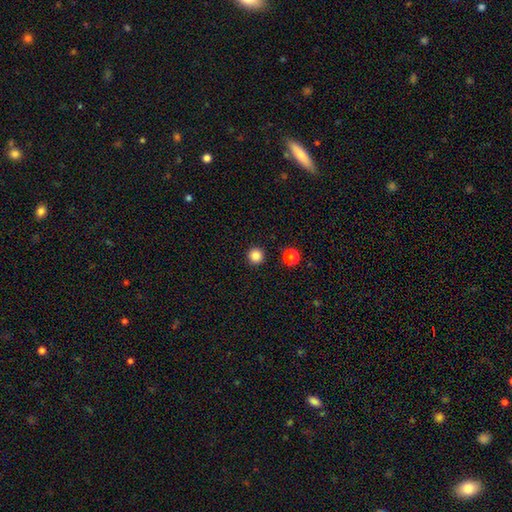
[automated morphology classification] Smooth or featured?
  - smooth: 85% *
  - star or artifact: 12%
  - featured or disk: 3%
How rounded?
  - round: 96% *
  - in between: 3%
  - cigar-shaped: 1%
Merging?
  - none: 93% *
  - minor disturbance: 4%
  - merger: 2%
  - major disturbance: 2%